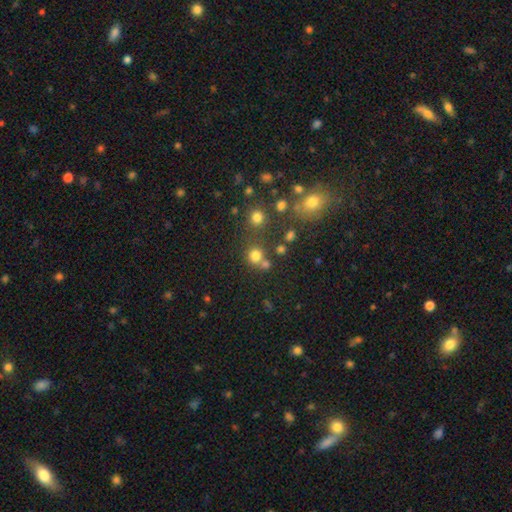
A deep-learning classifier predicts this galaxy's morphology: The model was most divided on "merging": none: 64%, merger: 22%, minor disturbance: 9%, major disturbance: 5%. More confident: how rounded — round (88%); smooth or featured — smooth (75%).